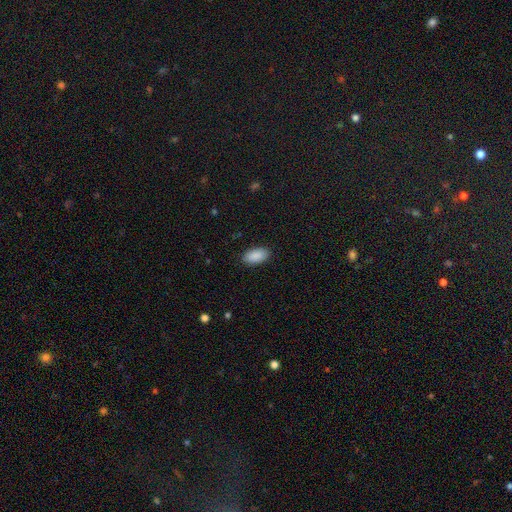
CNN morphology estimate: Overall: smooth (91%). How rounded: in between (95%). Merging: none (89%).